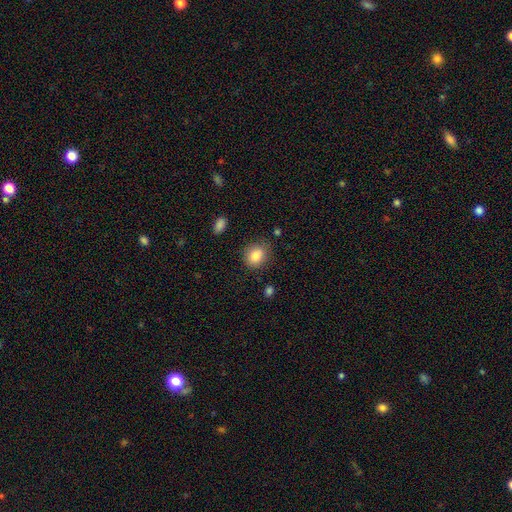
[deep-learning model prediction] A smooth galaxy with no disk features (85%) that is round (62%).

Vote fractions:
- Smooth or featured? smooth: 85% / star or artifact: 9% / featured or disk: 6%
- How rounded? round: 62% / in between: 37% / cigar-shaped: 1%
- Merging? none: 81% / minor disturbance: 14% / major disturbance: 4% / merger: 2%